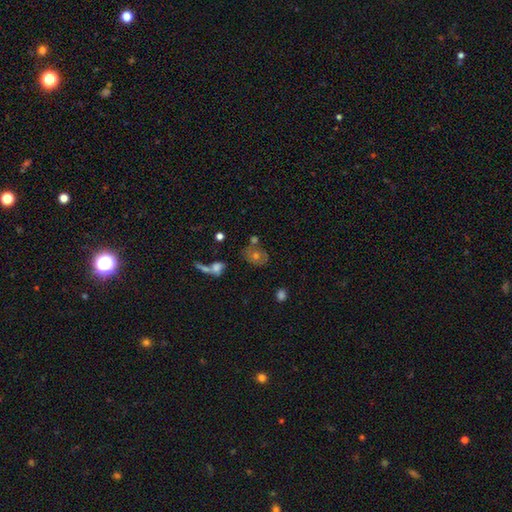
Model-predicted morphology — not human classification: The model was most divided on "smooth or featured": smooth: 47%, featured or disk: 34%, star or artifact: 19%. More confident: merging — none (57%).